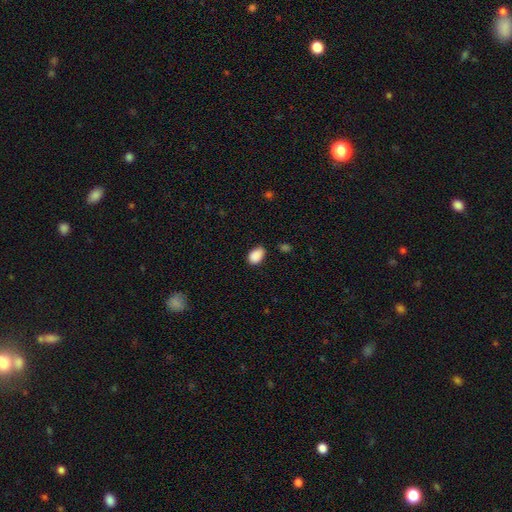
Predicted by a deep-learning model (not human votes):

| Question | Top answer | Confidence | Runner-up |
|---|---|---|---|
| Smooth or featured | smooth | 90% | star or artifact (8%) |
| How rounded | in between | 87% | round (11%) |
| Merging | none | 75% | minor disturbance (19%) |